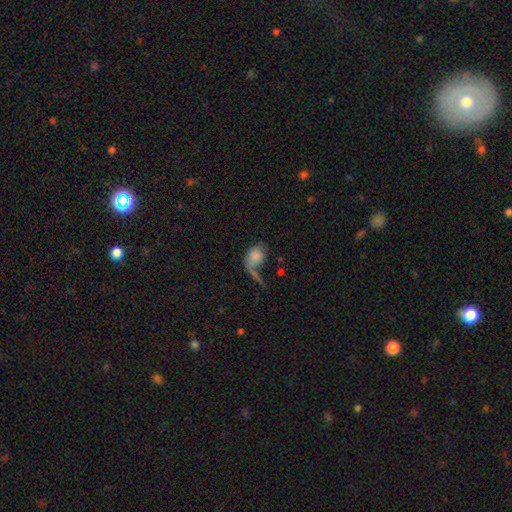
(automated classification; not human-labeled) This appears to be a smooth galaxy with no disk features (71%) that is in between round and cigar-shaped (71%). Merging: major disturbance (37%).